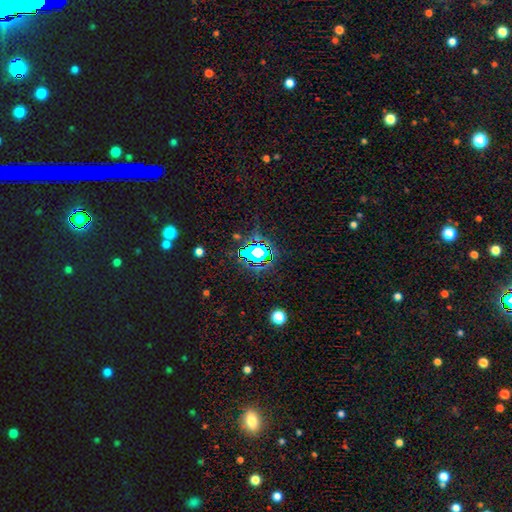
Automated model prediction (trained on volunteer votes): smooth-or-featured: star or artifact: 68% | smooth: 20% | featured or disk: 12%